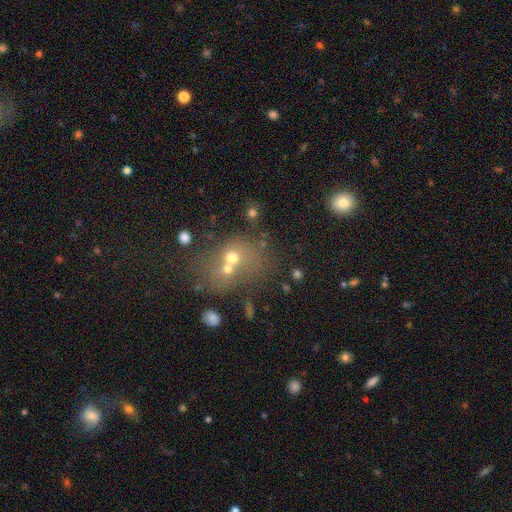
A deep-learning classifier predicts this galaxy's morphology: This is possibly a smooth galaxy (52%). How rounded: likely round (63%). Merging: possibly merger (50%).